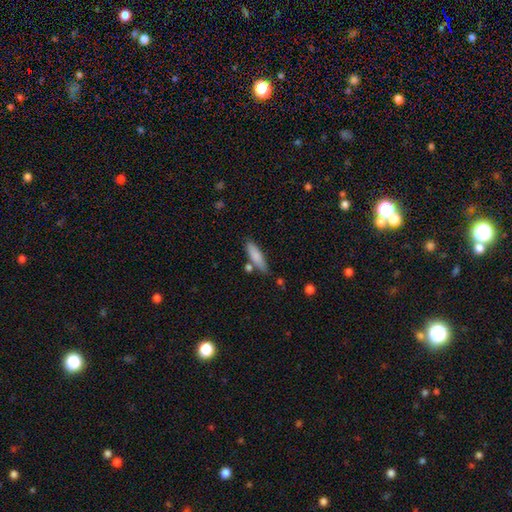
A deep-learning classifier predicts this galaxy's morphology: Smooth or featured? smooth (81%)
How rounded? cigar-shaped (65%)
Merging? none (71%)